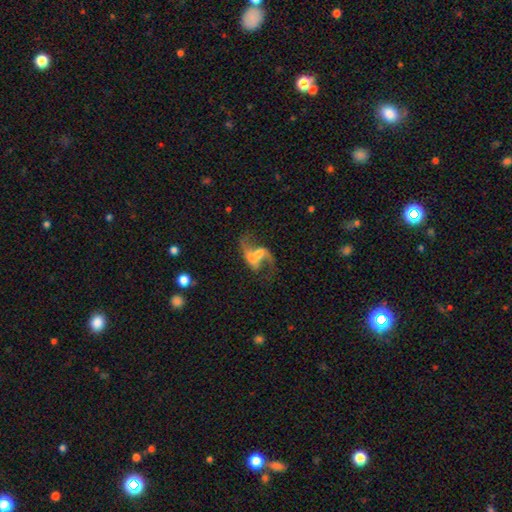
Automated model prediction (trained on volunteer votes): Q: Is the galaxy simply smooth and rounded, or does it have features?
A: featured or disk — 76%.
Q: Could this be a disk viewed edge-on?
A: no — 97%.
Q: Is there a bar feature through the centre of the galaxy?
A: no — 43%.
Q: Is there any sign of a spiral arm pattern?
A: yes — 84%.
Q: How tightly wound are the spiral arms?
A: loose — 80%.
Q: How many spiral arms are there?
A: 2 — 86%.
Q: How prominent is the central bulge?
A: moderate — 39%.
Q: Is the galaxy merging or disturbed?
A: merger — 41%.